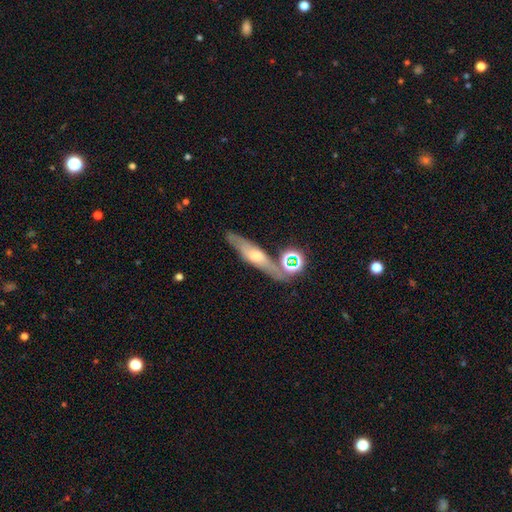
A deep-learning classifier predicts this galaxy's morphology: A featured or disk galaxy (56%) viewed edge-on (77%). Merging: none (73%).